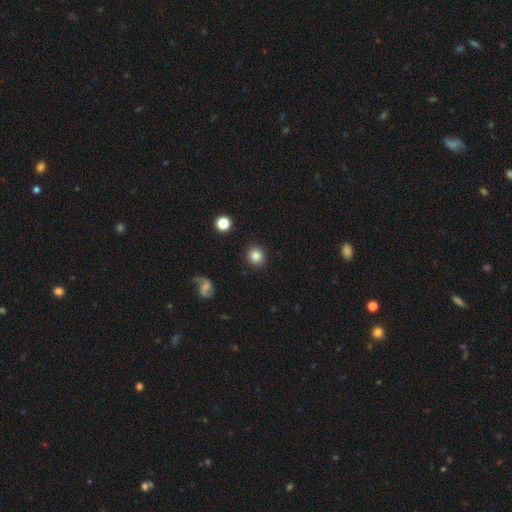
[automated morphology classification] type=smooth (83%); roundness=round (90%); merging=none (90%).